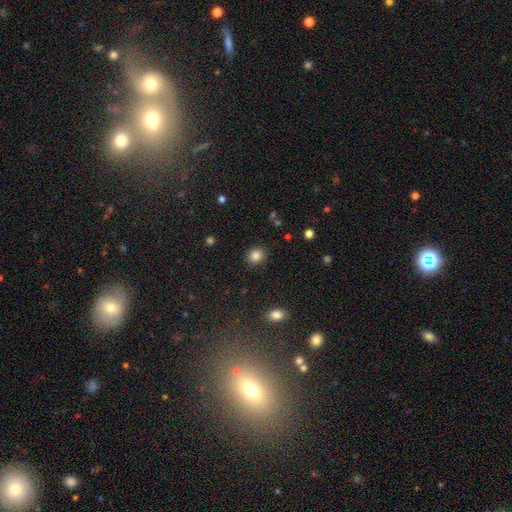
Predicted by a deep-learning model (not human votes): This is clearly a smooth galaxy (85%). How rounded: likely round (77%). Merging: clearly none (89%).